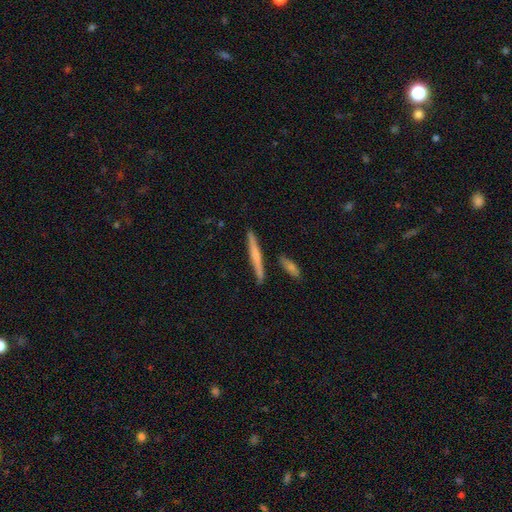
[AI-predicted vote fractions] Overall: featured or disk (49%; smooth 45%). Merging: none (85%).